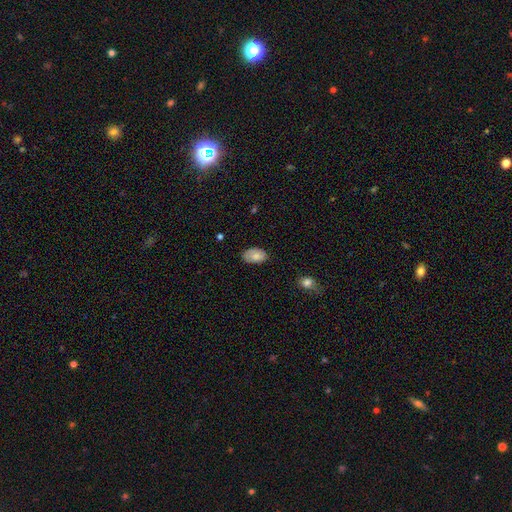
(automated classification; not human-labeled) Smooth or featured? Predicted: smooth (p=0.78). How rounded? Predicted: in between (p=0.92). Merging? Predicted: none (p=0.69).